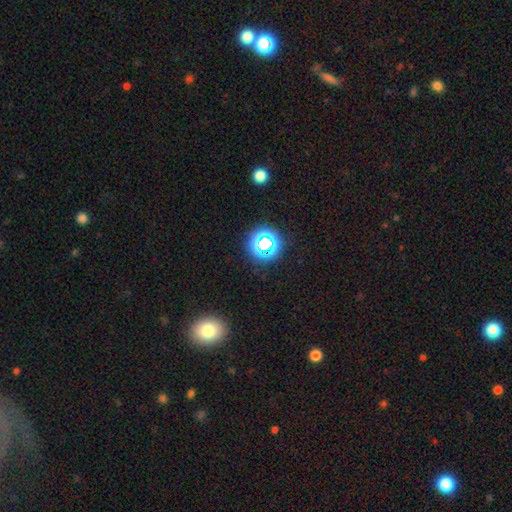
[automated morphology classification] type=smooth (55%); roundness=round (82%); merging=none (91%).